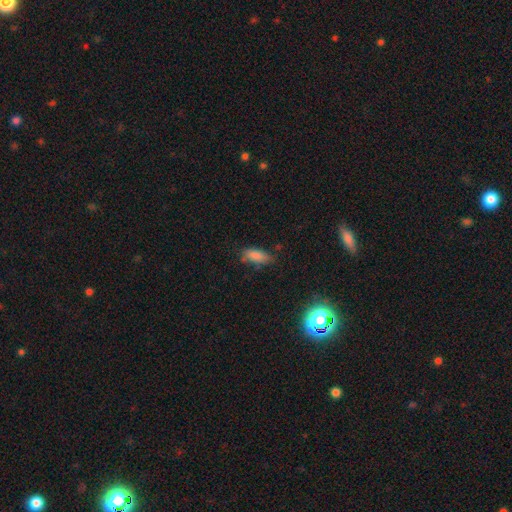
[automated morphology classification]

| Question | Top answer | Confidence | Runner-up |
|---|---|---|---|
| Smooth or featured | smooth | 83% | star or artifact (10%) |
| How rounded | in between | 78% | cigar-shaped (19%) |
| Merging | none | 66% | minor disturbance (25%) |